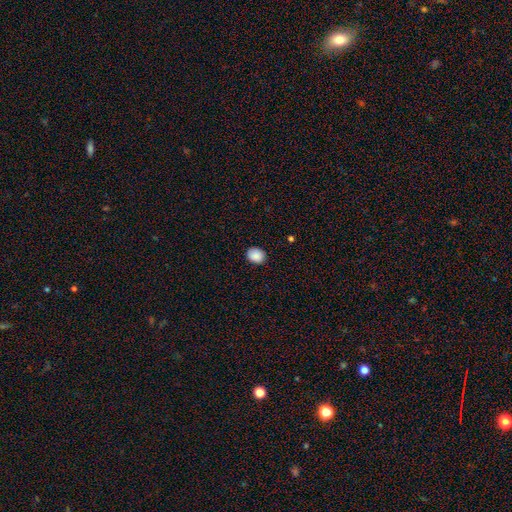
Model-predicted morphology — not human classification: smooth_or_featured: smooth (p=0.89) [alt: star or artifact p=0.08]
how_rounded: round (p=0.54) [alt: in between p=0.45]
merging: none (p=0.87) [alt: minor disturbance p=0.10]